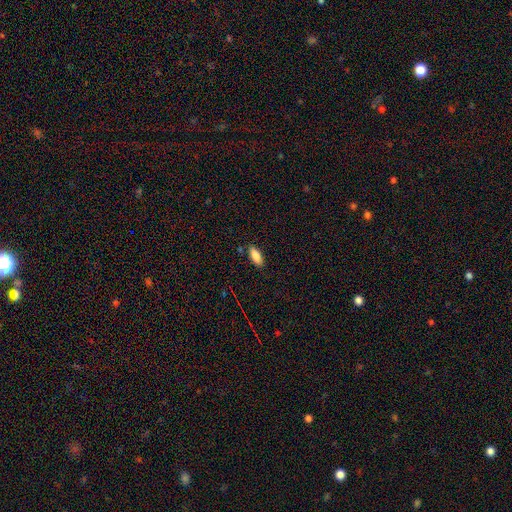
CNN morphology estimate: A smooth galaxy with no disk features (86%) that is in between round and cigar-shaped (83%). Merging: none (85%).